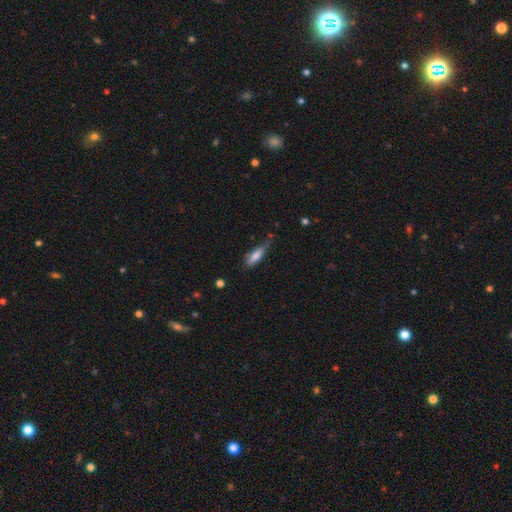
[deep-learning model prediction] Smooth or featured? smooth (74%)
How rounded? cigar-shaped (56%)
Merging? none (49%)